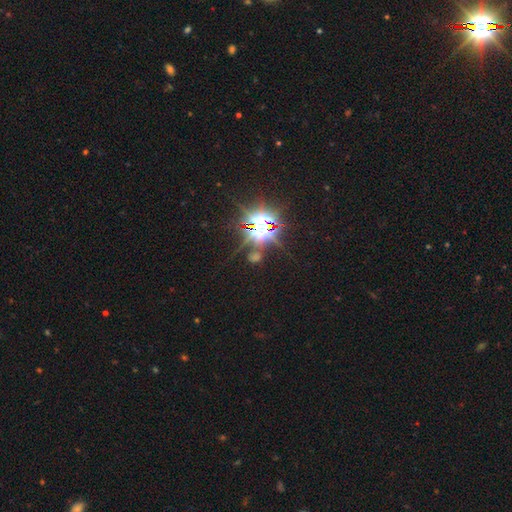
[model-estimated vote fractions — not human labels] smooth-or-featured: star or artifact: 81% | smooth: 9% | featured or disk: 9%